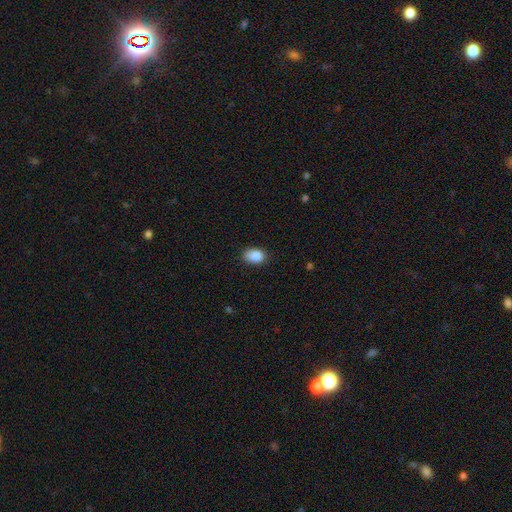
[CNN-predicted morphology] Q: Smooth or featured?
A: smooth (87%); runner-up: star or artifact (9%)
Q: How rounded?
A: in between (80%); runner-up: round (19%)
Q: Merging?
A: none (76%); runner-up: minor disturbance (19%)